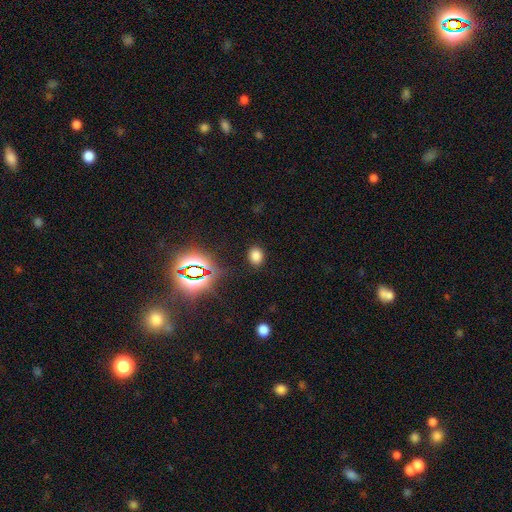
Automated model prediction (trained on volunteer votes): Smooth or featured: smooth — 73% (star or artifact — 21%)
How rounded: in between — 60% (round — 39%)
Merging: none — 86% (minor disturbance — 9%)